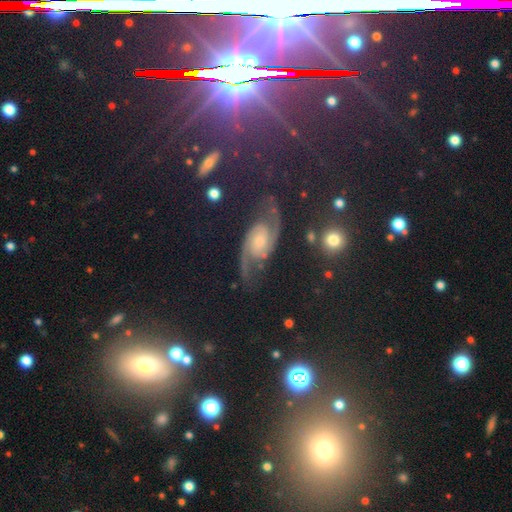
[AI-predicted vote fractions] Smooth or featured?
  - featured or disk: 74% *
  - star or artifact: 16%
  - smooth: 10%
Edge-on disk?
  - no: 96% *
  - yes: 4%
Bar?
  - no: 62% *
  - weak: 31%
  - strong: 7%
Spiral arms?
  - yes: 96% *
  - no: 4%
Spiral winding?
  - medium: 53% *
  - tight: 24%
  - loose: 23%
Spiral arm count?
  - 2: 92% *
  - can't tell: 3%
  - 1: 1%
  - 3: 1%
  - 4: 1%
  - more than 4: 1%
Bulge size?
  - small: 44% *
  - moderate: 40%
  - large: 8%
  - none: 6%
  - dominant: 2%
Merging?
  - none: 76% *
  - minor disturbance: 15%
  - major disturbance: 7%
  - merger: 2%